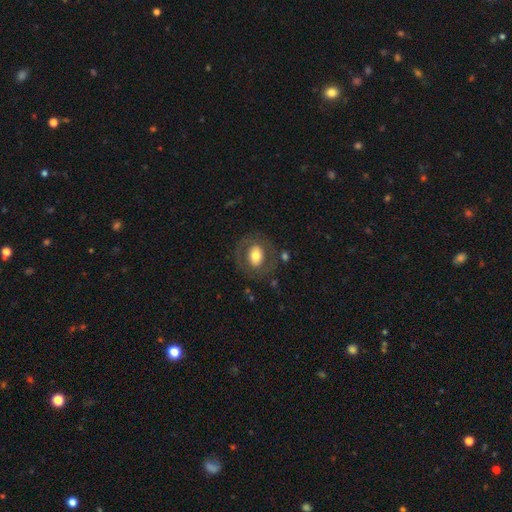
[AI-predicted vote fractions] Overall: smooth (56%; featured or disk 37%). How rounded: round (53%; in between 46%). Merging: none (75%).